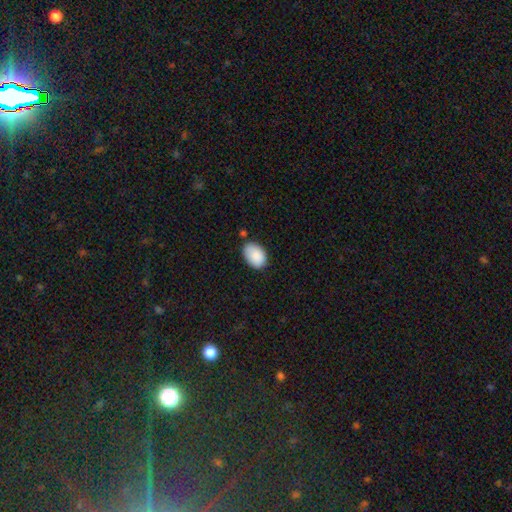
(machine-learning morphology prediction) Smooth or featured? Predicted: smooth (p=0.88). How rounded? Predicted: in between (p=0.86). Merging? Predicted: none (p=0.72).